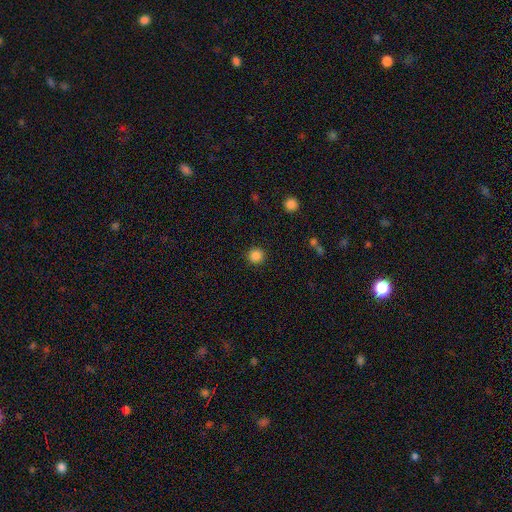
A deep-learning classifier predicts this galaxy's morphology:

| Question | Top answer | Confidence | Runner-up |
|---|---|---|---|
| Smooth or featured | smooth | 85% | star or artifact (11%) |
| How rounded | round | 95% | in between (4%) |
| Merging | none | 92% | minor disturbance (5%) |